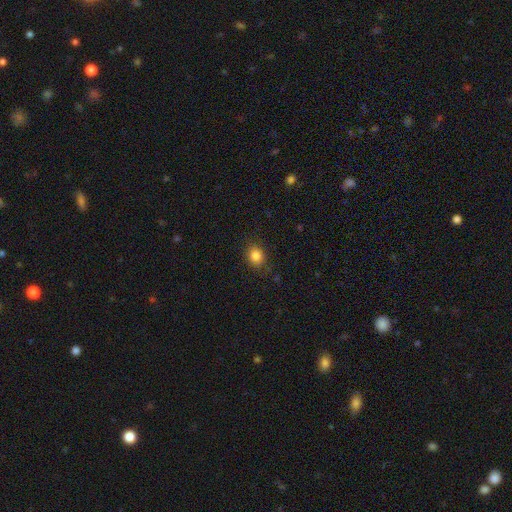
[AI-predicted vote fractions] smooth-or-featured: smooth: 85% | star or artifact: 11% | featured or disk: 5%
  how-rounded: round: 60% | in between: 39% | cigar-shaped: 1%
  merging: none: 85% | minor disturbance: 11% | major disturbance: 3% | merger: 1%